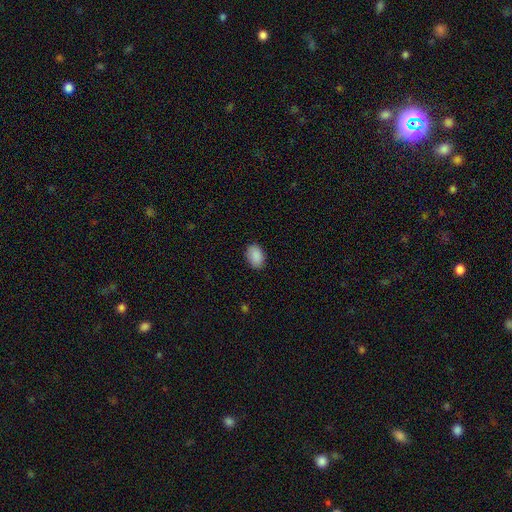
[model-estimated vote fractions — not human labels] Smooth or featured? smooth (90%)
How rounded? in between (88%)
Merging? none (86%)